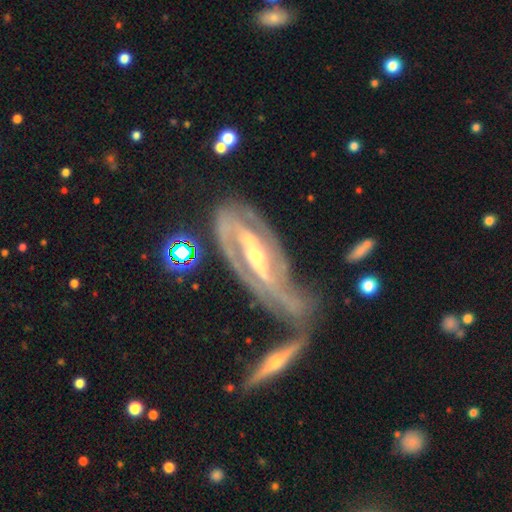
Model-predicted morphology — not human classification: Smooth or featured? Predicted: featured or disk (p=0.88). Edge-on disk? Predicted: no (p=0.91). Bar? Predicted: strong (p=0.56). Spiral arms? Predicted: yes (p=0.91). Spiral winding? Predicted: tight (p=0.41). Spiral arm count? Predicted: 2 (p=0.68). Bulge size? Predicted: moderate (p=0.50). Merging? Predicted: major disturbance (p=0.29).